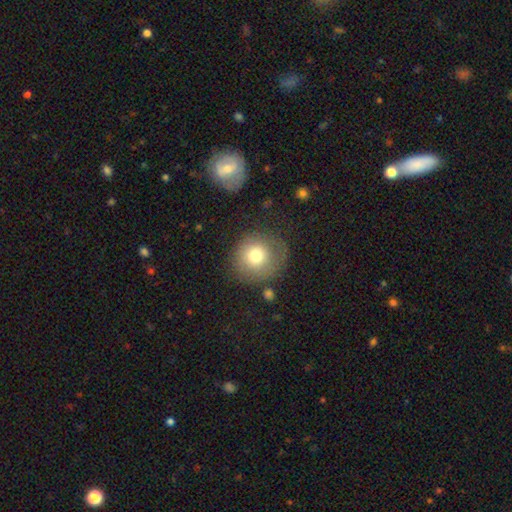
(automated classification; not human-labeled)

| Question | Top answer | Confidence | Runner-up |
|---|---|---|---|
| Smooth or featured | smooth | 76% | featured or disk (13%) |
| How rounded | round | 91% | in between (8%) |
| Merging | none | 73% | minor disturbance (16%) |